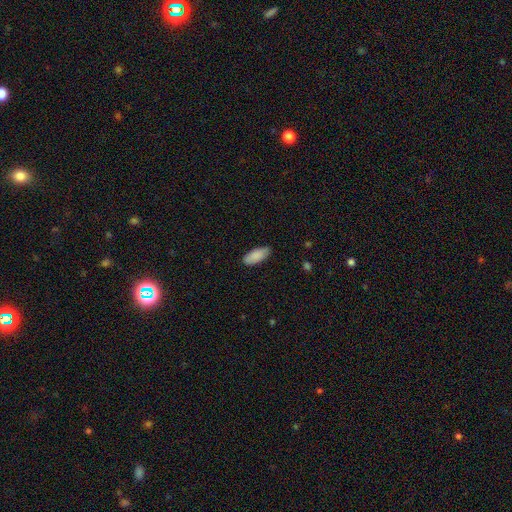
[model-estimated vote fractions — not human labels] A smooth galaxy with no disk features (89%) that is in between round and cigar-shaped (83%). Merging: none (85%).